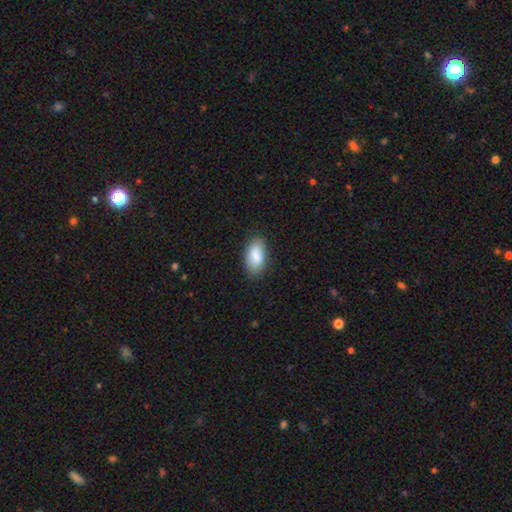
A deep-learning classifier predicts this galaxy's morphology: This is clearly a smooth galaxy (87%). How rounded: clearly in between (93%). Merging: clearly none (85%).